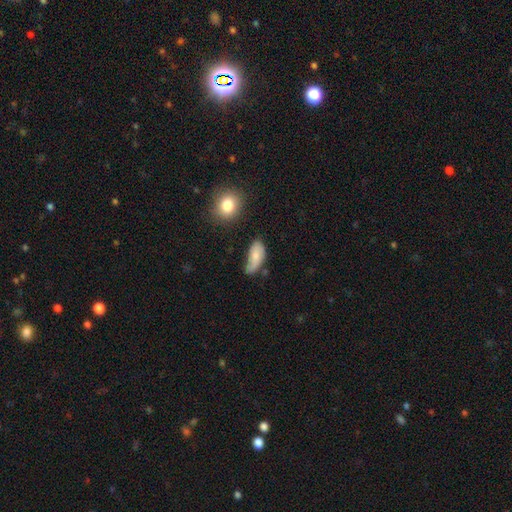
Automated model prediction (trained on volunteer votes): Q: Smooth or featured?
A: smooth (70%); runner-up: featured or disk (22%)
Q: How rounded?
A: in between (87%); runner-up: cigar-shaped (9%)
Q: Merging?
A: none (42%); runner-up: minor disturbance (37%)